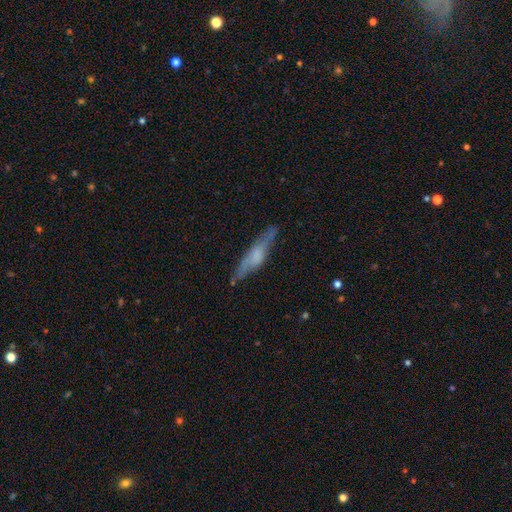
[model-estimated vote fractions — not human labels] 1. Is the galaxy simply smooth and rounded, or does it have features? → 54% featured or disk, 38% smooth, 7% star or artifact.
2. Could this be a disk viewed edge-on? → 83% yes, 17% no.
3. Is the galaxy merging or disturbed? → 73% none, 19% minor disturbance, 6% major disturbance, 2% merger.